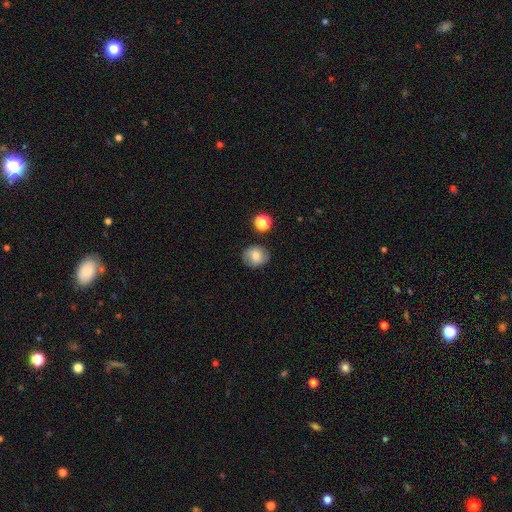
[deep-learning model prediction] Smooth or featured?
  - smooth: 70% *
  - featured or disk: 19%
  - star or artifact: 10%
How rounded?
  - round: 66% *
  - in between: 33%
  - cigar-shaped: 1%
Merging?
  - none: 82% *
  - minor disturbance: 12%
  - major disturbance: 3%
  - merger: 3%